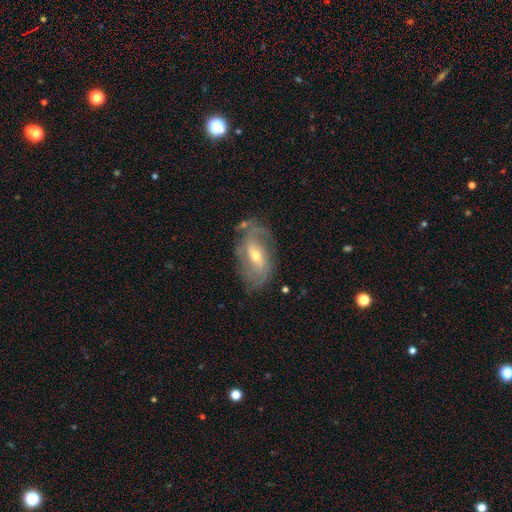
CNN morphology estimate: Overall: featured or disk (77%). Edge-on disk: no (92%). Bar: weak (44%; strong 30%). Spiral arms: yes (86%). Spiral arm count: 2 (59%; can't tell 24%). Spiral winding: medium (41%; tight 34%). Bulge size: moderate (51%; small 45%). Merging: none (65%).